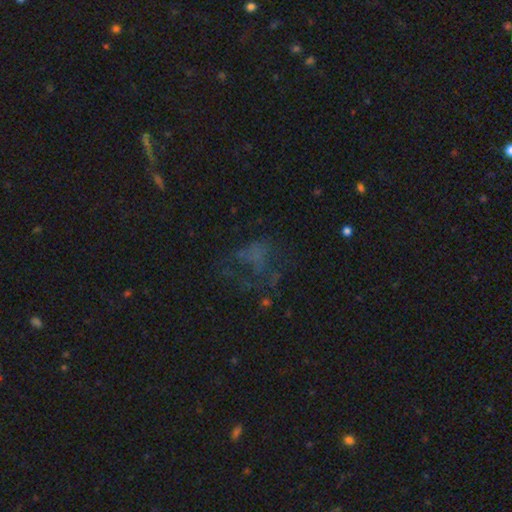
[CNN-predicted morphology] A featured or disk galaxy (38%). Merging: major disturbance (41%).